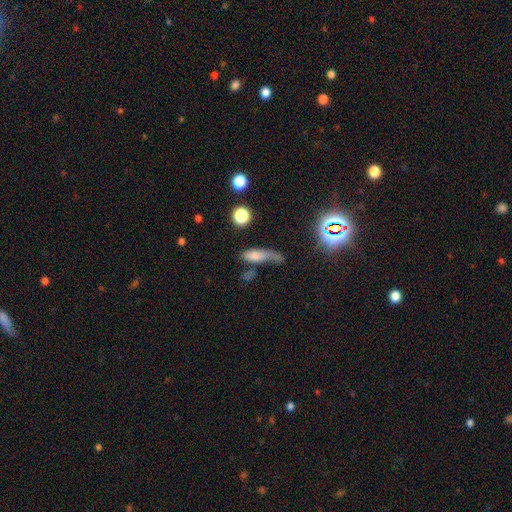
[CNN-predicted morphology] A smooth galaxy with no disk features (61%) that is in between round and cigar-shaped (51%). Merging: major disturbance (38%).